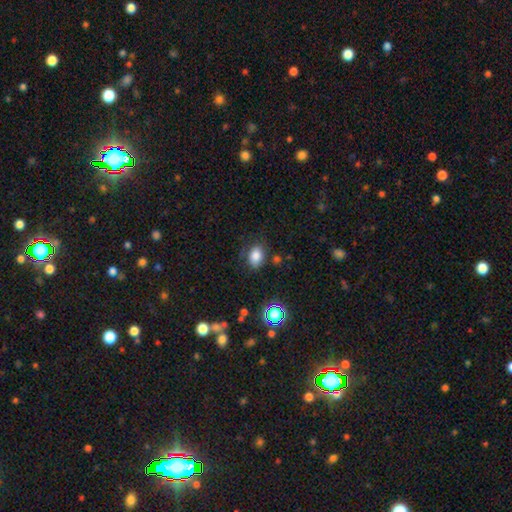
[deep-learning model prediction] A smooth galaxy with no disk features (80%) that is in between round and cigar-shaped (71%).

Vote fractions:
- Smooth or featured? smooth: 80% / star or artifact: 12% / featured or disk: 7%
- How rounded? in between: 71% / round: 27% / cigar-shaped: 1%
- Merging? none: 72% / minor disturbance: 19% / major disturbance: 7% / merger: 3%